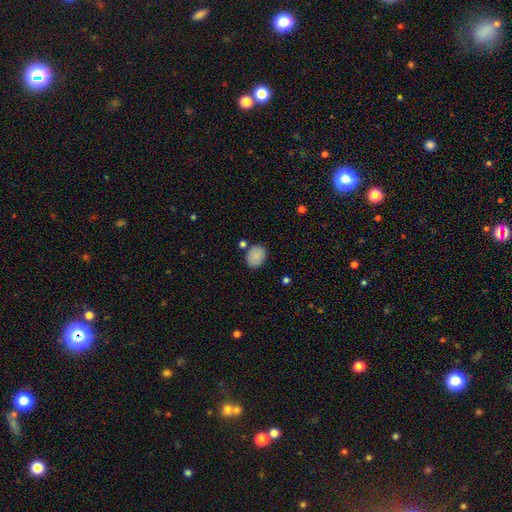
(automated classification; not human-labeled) Smooth or featured: smooth — 87% (star or artifact — 8%)
How rounded: in between — 51% (round — 48%)
Merging: none — 78% (minor disturbance — 12%)